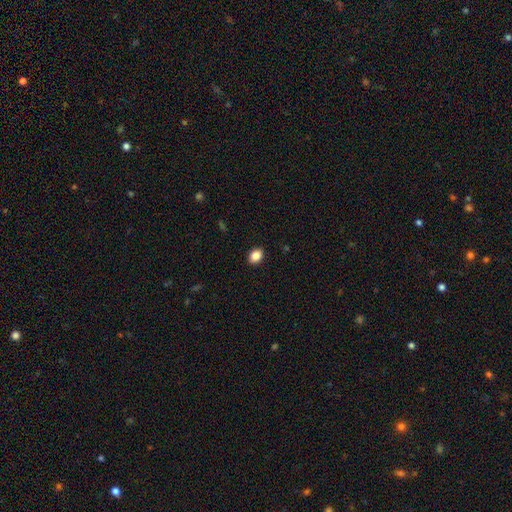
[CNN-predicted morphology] Smooth or featured? Predicted: smooth (p=0.88). How rounded? Predicted: in between (p=0.66). Merging? Predicted: none (p=0.91).